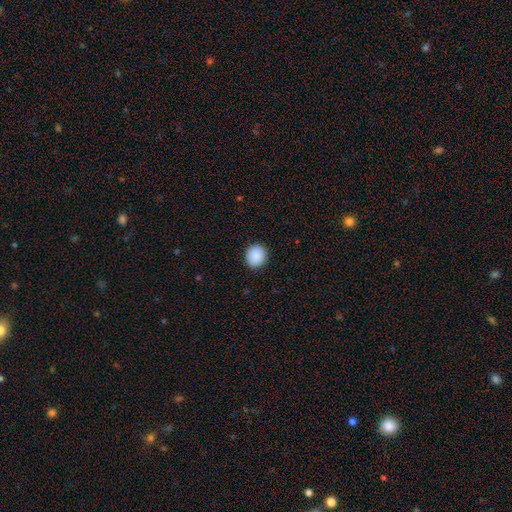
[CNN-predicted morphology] Overall: smooth (90%). How rounded: round (84%). Merging: none (91%).